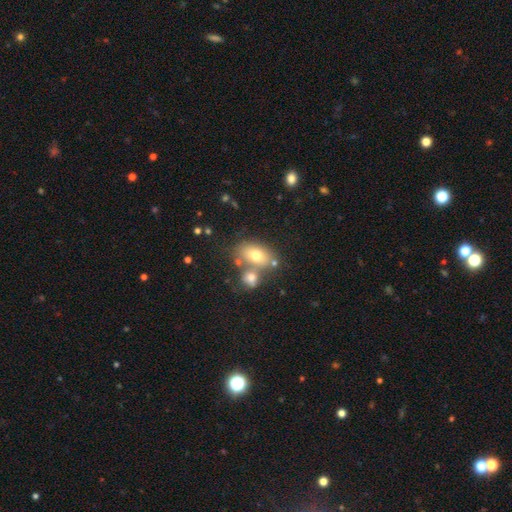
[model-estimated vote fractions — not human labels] Q: Smooth or featured?
A: smooth (70%); runner-up: featured or disk (20%)
Q: How rounded?
A: in between (81%); runner-up: round (17%)
Q: Merging?
A: none (51%); runner-up: merger (32%)